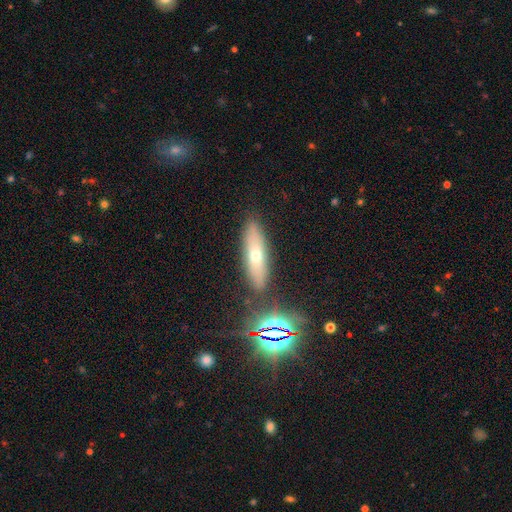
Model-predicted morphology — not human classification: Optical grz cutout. It shows a smooth galaxy with no disk features (49%). Merging: none (85%).